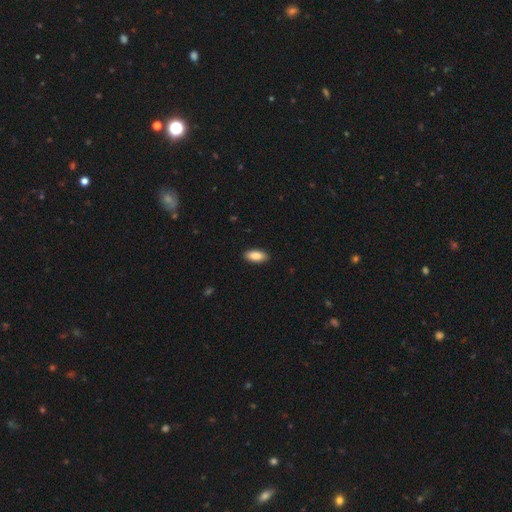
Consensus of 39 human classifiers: Q: Smooth or featured?
A: smooth (90%); runner-up: featured or disk (8%)
Q: How rounded?
A: in between (89%); runner-up: cigar-shaped (9%)
Q: Merging?
A: none (97%); runner-up: major disturbance (3%)